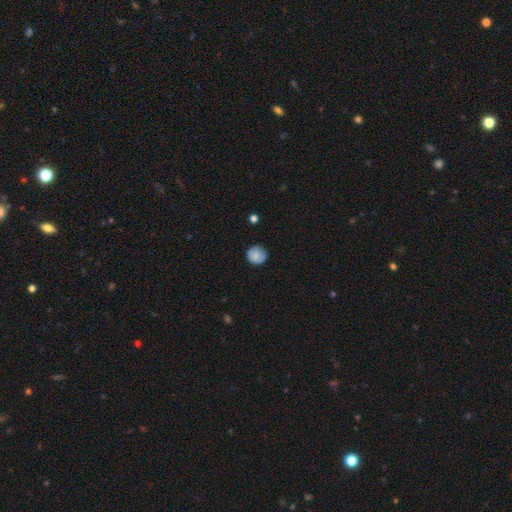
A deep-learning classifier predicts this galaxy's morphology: Overall: smooth (76%). How rounded: round (91%). Merging: none (79%).